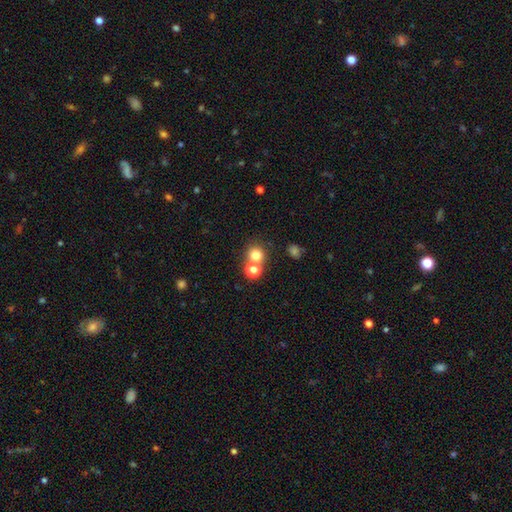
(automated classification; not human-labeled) A smooth galaxy with no disk features (75%) that is round (88%). Merging: none (61%).